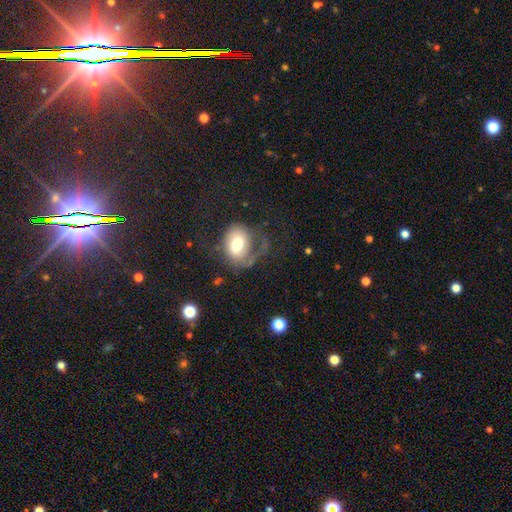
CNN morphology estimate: Overall: star or artifact (39%; featured or disk 37%).